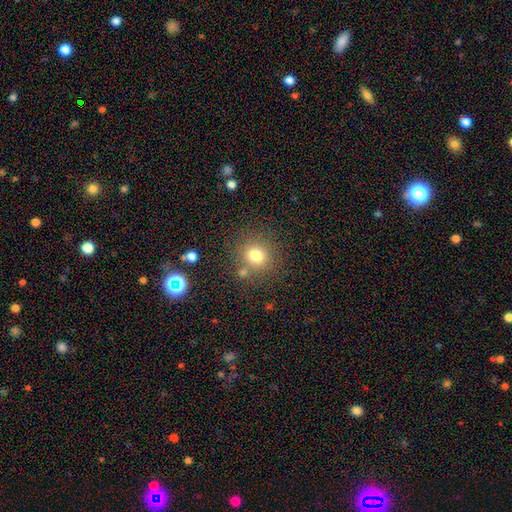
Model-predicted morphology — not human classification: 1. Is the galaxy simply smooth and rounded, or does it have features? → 76% smooth, 15% star or artifact, 9% featured or disk.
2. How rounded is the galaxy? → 89% round, 10% in between, 1% cigar-shaped.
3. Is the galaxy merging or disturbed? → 77% none, 10% minor disturbance, 9% merger, 4% major disturbance.